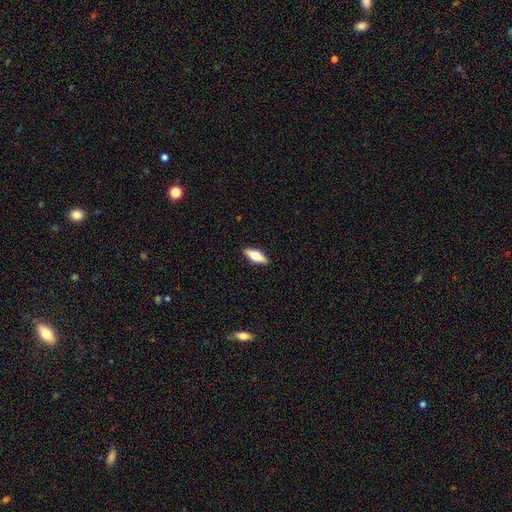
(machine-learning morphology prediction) Smooth or featured?
  - smooth: 55% *
  - featured or disk: 39%
  - star or artifact: 6%
How rounded?
  - in between: 64% *
  - cigar-shaped: 33%
  - round: 3%
Merging?
  - none: 90% *
  - minor disturbance: 8%
  - major disturbance: 2%
  - merger: 1%